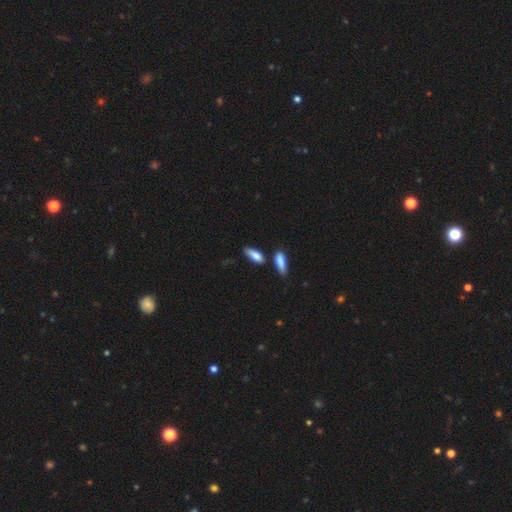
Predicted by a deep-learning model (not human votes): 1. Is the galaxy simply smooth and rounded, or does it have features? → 81% smooth, 12% featured or disk, 7% star or artifact.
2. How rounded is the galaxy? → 65% in between, 32% cigar-shaped, 4% round.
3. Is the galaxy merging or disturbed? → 63% none, 21% minor disturbance, 12% merger, 5% major disturbance.